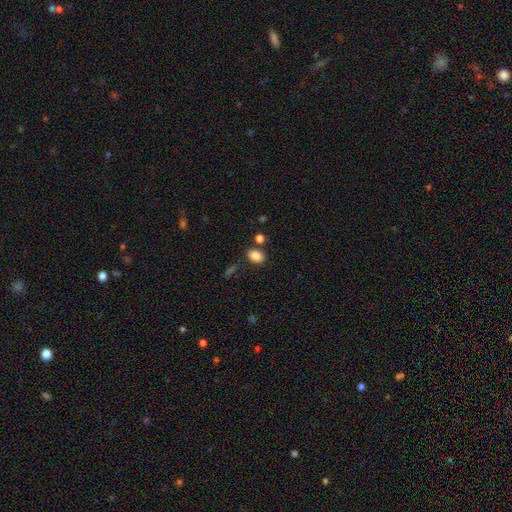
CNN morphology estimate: Smooth or featured? Predicted: smooth (p=0.87). How rounded? Predicted: in between (p=0.76). Merging? Predicted: none (p=0.78).